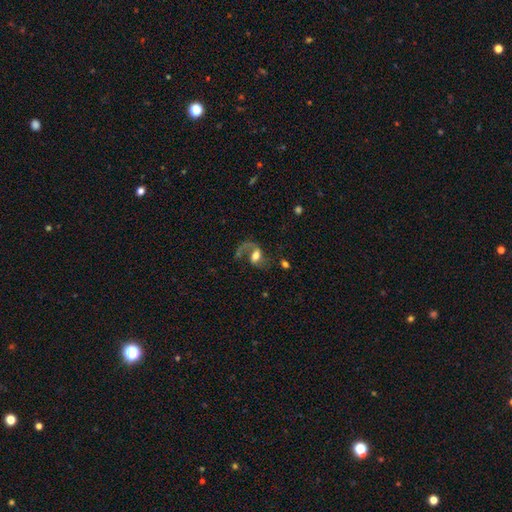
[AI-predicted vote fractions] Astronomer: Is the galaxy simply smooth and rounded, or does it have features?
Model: featured or disk — 69%.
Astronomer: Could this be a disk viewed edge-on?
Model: no — 96%.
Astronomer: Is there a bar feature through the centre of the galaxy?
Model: weak — 44% (runner-up: no, 34%).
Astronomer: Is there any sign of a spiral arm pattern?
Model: yes — 87%.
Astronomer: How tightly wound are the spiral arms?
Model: loose — 66%.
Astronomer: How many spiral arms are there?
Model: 2 — 59% (runner-up: 1, 36%).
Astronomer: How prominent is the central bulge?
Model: moderate — 49% (runner-up: large, 31%).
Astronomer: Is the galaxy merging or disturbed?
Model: none — 43% (runner-up: major disturbance, 34%).